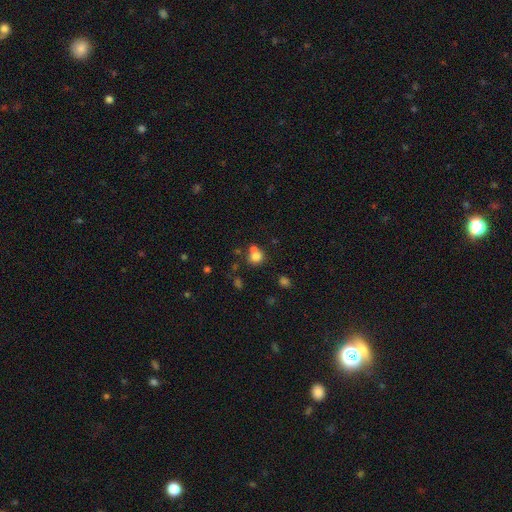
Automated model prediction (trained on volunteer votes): This appears to be a smooth galaxy with no disk features (77%) that is round (79%). Merging: none (49%).